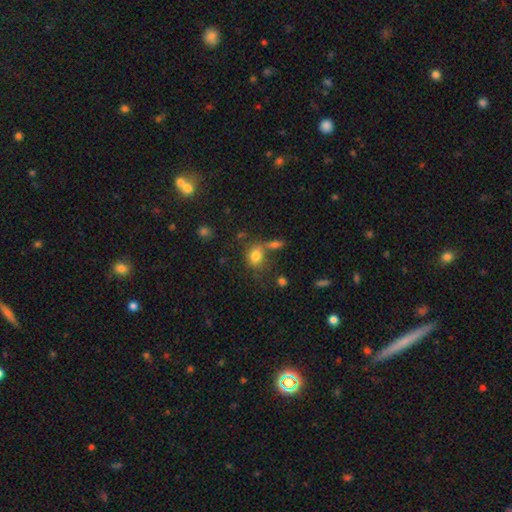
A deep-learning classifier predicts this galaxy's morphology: smooth 78%, star or artifact 12%, featured or disk 10%. Down the decision tree: how rounded — in between (55%); merging — none (50%).